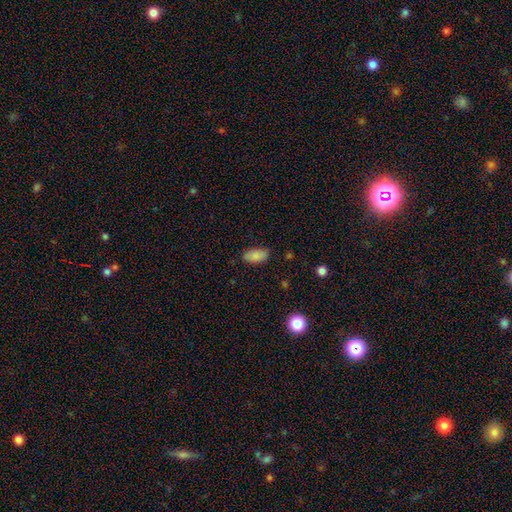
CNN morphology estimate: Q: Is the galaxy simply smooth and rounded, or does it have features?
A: smooth — 85%.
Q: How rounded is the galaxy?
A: in between — 92%.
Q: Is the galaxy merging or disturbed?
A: none — 82%.